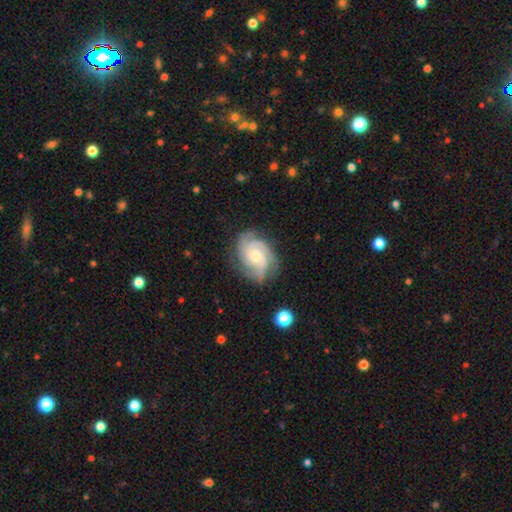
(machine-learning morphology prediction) type=featured or disk (88%); edge-on=no (97%); bar=no (71%); spiral arms=yes (98%); winding=tight (62%); arm count=3 (45%); bulge=moderate (55%); merging=none (75%).